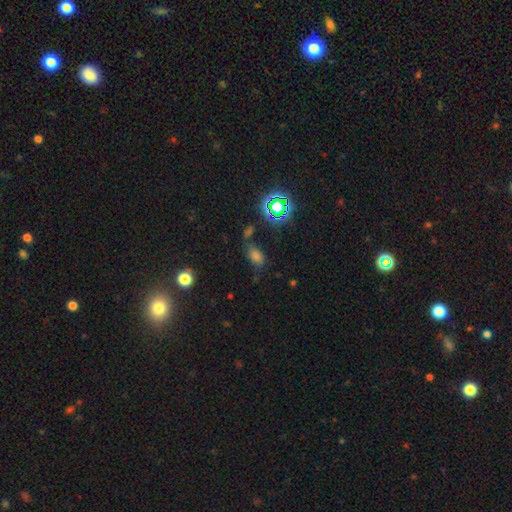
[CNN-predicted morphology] Overall: smooth (59%; star or artifact 32%). How rounded: in between (81%). Merging: none (59%; minor disturbance 21%).